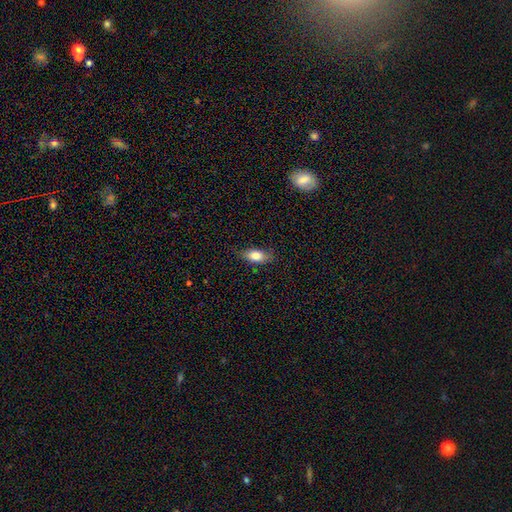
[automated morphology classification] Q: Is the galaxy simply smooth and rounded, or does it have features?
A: smooth — 80%.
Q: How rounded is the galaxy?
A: in between — 84%.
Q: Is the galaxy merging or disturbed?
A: none — 78%.